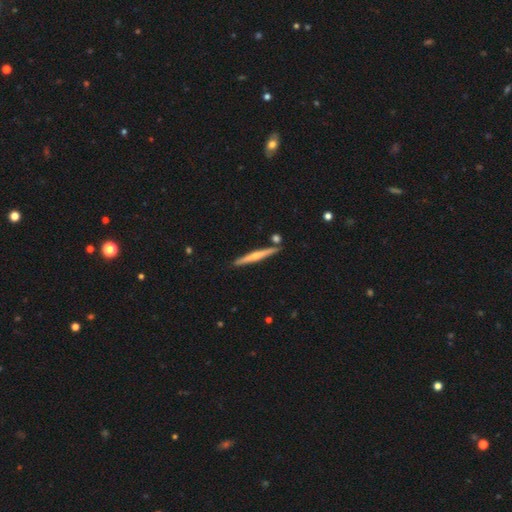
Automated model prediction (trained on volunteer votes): Overall: featured or disk (60%; smooth 34%). Edge-on disk: yes (97%). Edge-on bulge: rounded (76%). Merging: none (84%).